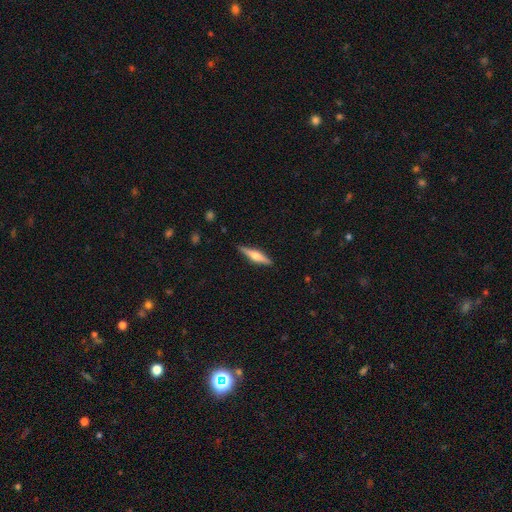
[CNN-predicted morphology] smooth_or_featured: featured or disk (p=0.62) [alt: smooth p=0.33]
disk_edge_on: yes (p=0.97) [alt: no p=0.03]
edge_on_bulge: rounded (p=0.89) [alt: boxy p=0.07]
merging: none (p=0.89) [alt: minor disturbance p=0.08]